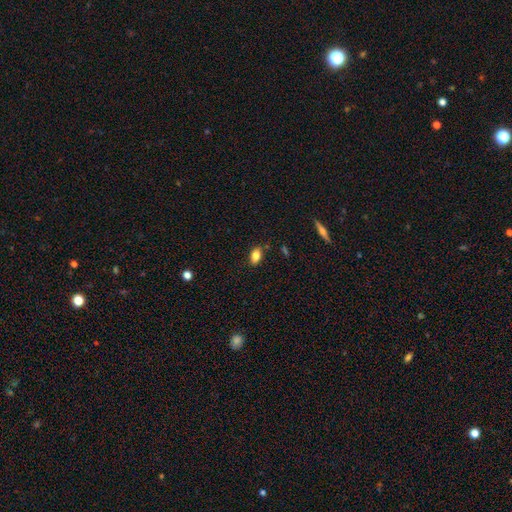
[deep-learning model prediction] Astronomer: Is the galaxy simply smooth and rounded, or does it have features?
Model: smooth — 82%.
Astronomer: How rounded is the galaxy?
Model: in between — 88%.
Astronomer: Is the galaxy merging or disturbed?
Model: none — 84%.